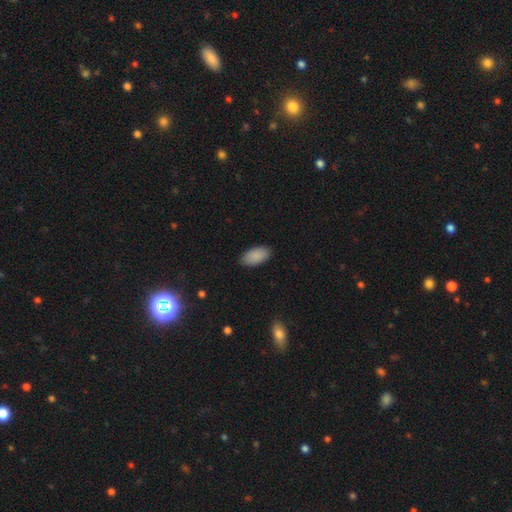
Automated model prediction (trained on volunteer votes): smooth 90%, star or artifact 7%, featured or disk 4%. Down the decision tree: how rounded — in between (95%); merging — none (87%).